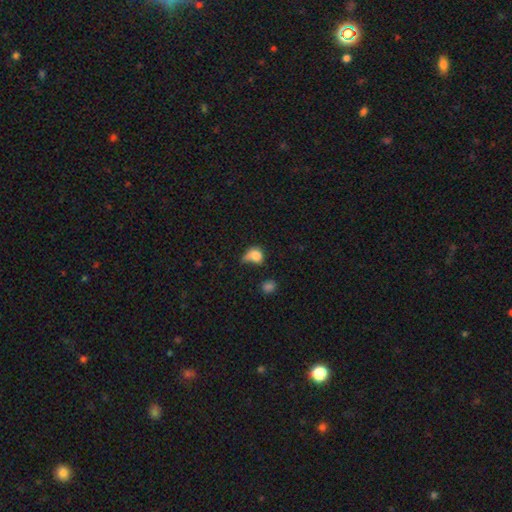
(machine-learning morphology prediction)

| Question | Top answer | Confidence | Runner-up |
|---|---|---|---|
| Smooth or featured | smooth | 77% | featured or disk (12%) |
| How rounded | round | 54% | in between (45%) |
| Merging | minor disturbance | 30% | major disturbance (28%) |